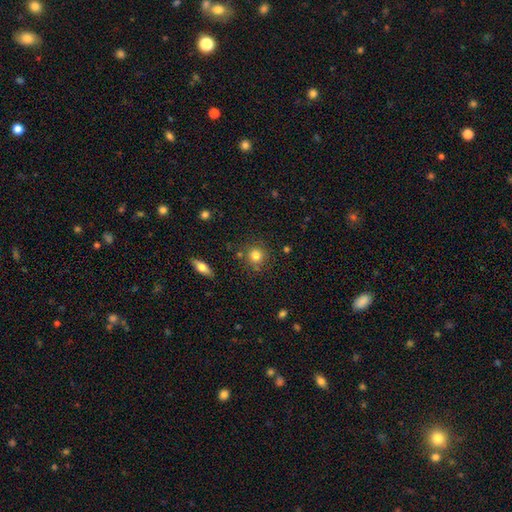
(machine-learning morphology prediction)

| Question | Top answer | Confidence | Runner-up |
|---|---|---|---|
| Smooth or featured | smooth | 82% | star or artifact (11%) |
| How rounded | round | 88% | in between (11%) |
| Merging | none | 80% | minor disturbance (11%) |